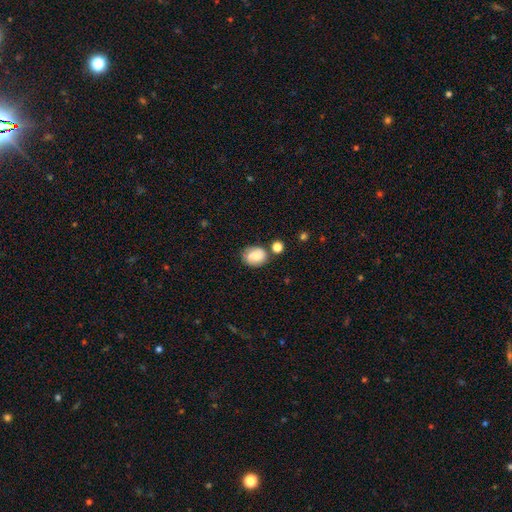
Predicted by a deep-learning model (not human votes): A smooth galaxy with no disk features (69%) that is round (56%).

Vote fractions:
- Smooth or featured? smooth: 69% / featured or disk: 21% / star or artifact: 10%
- How rounded? round: 56% / in between: 43% / cigar-shaped: 1%
- Merging? none: 65% / minor disturbance: 18% / merger: 11% / major disturbance: 5%